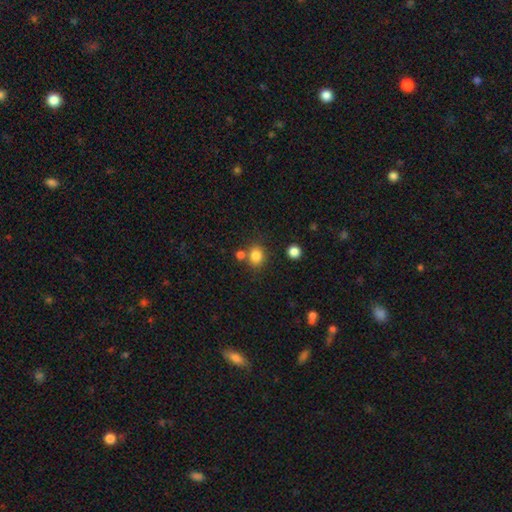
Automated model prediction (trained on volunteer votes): A smooth galaxy with no disk features (83%) that is round (72%).

Vote fractions:
- Smooth or featured? smooth: 83% / star or artifact: 12% / featured or disk: 6%
- How rounded? round: 72% / in between: 27% / cigar-shaped: 1%
- Merging? none: 70% / merger: 16% / minor disturbance: 10% / major disturbance: 4%